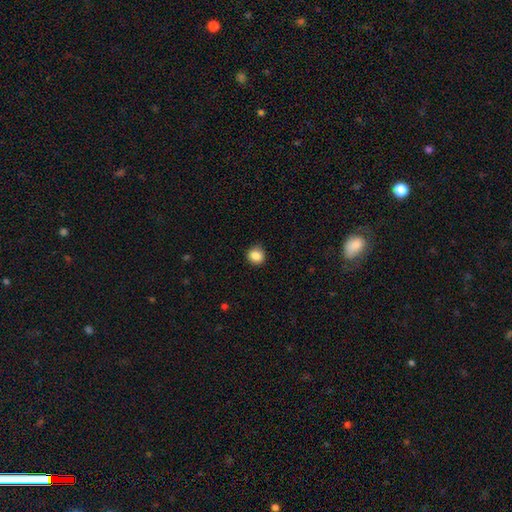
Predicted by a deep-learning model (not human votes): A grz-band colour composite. It shows a smooth galaxy with no disk features (86%) that is round (87%). Merging: none (87%).